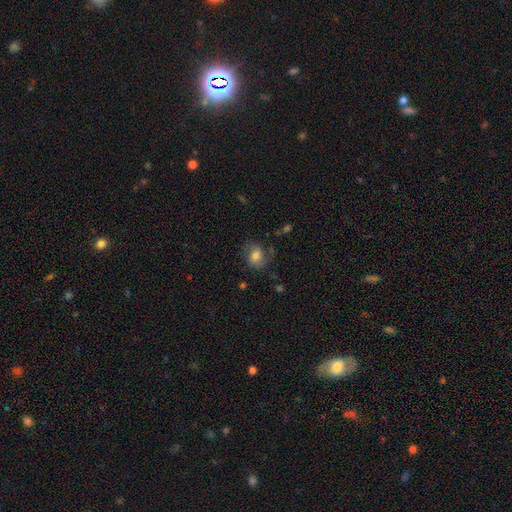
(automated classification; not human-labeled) The model was most divided on "how rounded": round: 53%, in between: 45%, cigar-shaped: 1%. More confident: merging — none (63%); smooth or featured — smooth (59%).